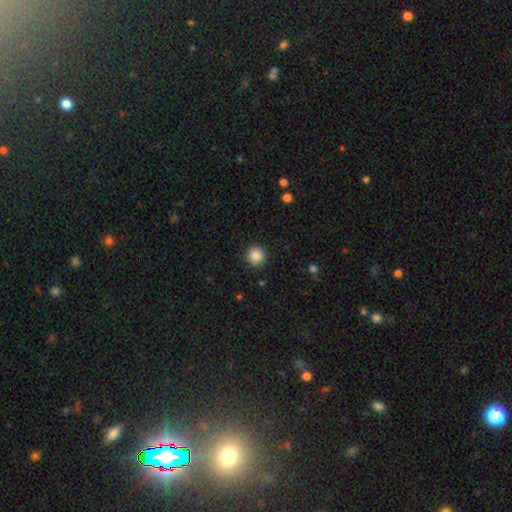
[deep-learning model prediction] Smooth or featured? smooth (87%)
How rounded? round (94%)
Merging? none (92%)